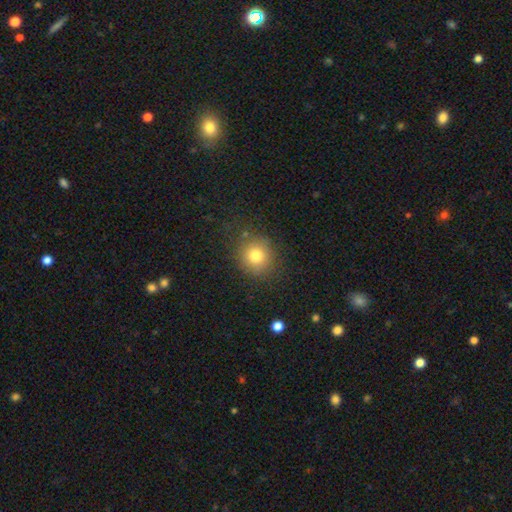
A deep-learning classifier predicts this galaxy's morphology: The model was most divided on "merging": none: 80%, minor disturbance: 13%, major disturbance: 5%, merger: 2%. More confident: how rounded — round (85%); smooth or featured — smooth (79%).